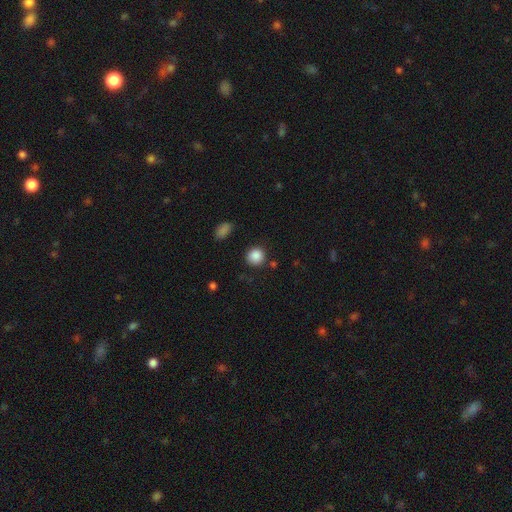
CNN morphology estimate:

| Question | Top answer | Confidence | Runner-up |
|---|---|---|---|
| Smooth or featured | smooth | 87% | star or artifact (9%) |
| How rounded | round | 90% | in between (9%) |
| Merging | none | 85% | minor disturbance (9%) |